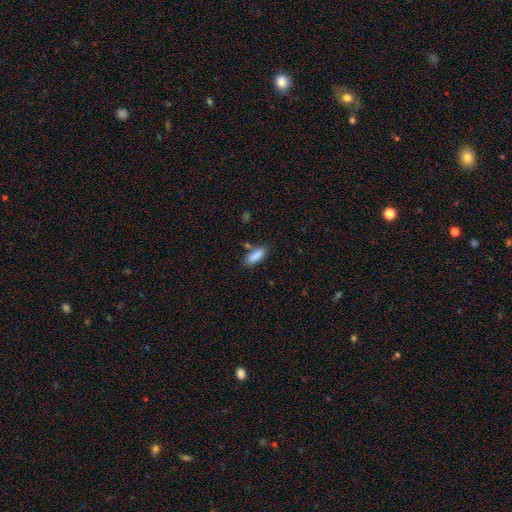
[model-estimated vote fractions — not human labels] Smooth or featured?
  - smooth: 88% *
  - star or artifact: 7%
  - featured or disk: 5%
How rounded?
  - in between: 68% *
  - cigar-shaped: 30%
  - round: 2%
Merging?
  - none: 77% *
  - minor disturbance: 13%
  - merger: 7%
  - major disturbance: 3%